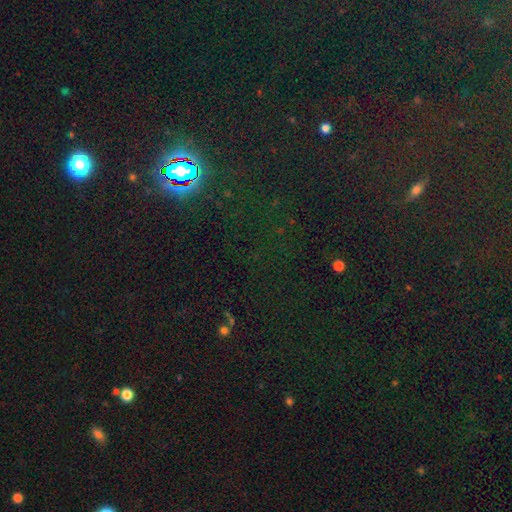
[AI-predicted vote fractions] Morphology: type=star or artifact (82%).